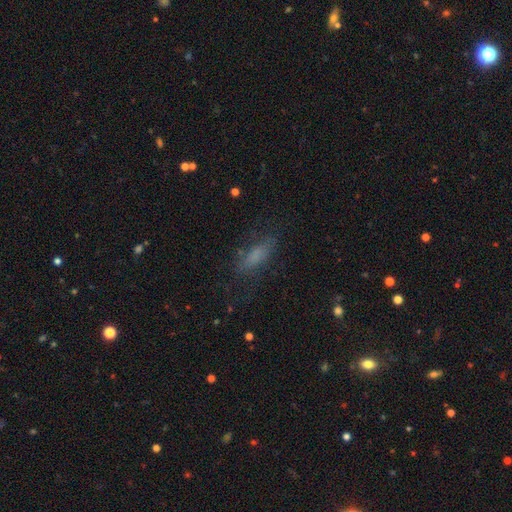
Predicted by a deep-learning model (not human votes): A smooth galaxy with no disk features (66%) that is in between round and cigar-shaped (60%).

Vote fractions:
- Smooth or featured? smooth: 66% / featured or disk: 19% / star or artifact: 15%
- How rounded? in between: 60% / cigar-shaped: 36% / round: 4%
- Merging? none: 67% / minor disturbance: 19% / major disturbance: 12% / merger: 2%